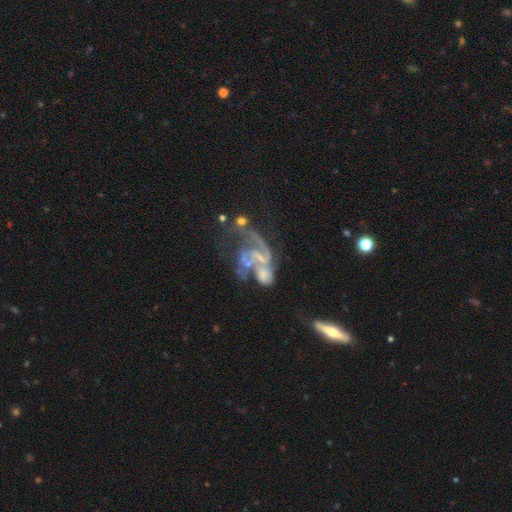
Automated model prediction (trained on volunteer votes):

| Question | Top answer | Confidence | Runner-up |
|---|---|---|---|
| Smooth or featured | featured or disk | 76% | smooth (12%) |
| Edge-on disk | no | 97% | yes (3%) |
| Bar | no | 56% | weak (30%) |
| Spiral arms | yes | 71% | no (29%) |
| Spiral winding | loose | 48% | medium (36%) |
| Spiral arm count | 2 | 49% | 1 (21%) |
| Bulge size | none | 42% | small (38%) |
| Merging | merger | 42% | major disturbance (32%) |